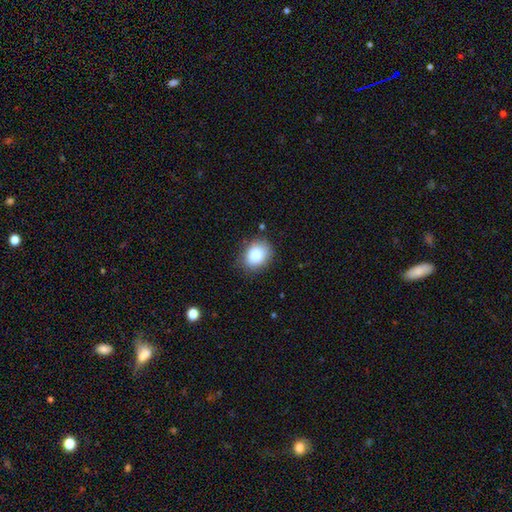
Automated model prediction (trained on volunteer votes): Smooth or featured? Predicted: smooth (p=0.80). How rounded? Predicted: round (p=0.52). Merging? Predicted: none (p=0.81).